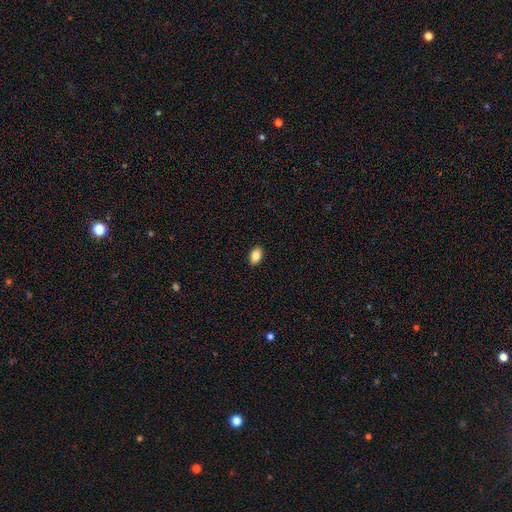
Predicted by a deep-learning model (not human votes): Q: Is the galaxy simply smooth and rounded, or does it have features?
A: smooth — 83%.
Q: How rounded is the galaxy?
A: in between — 89%.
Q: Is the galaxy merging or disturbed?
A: none — 89%.